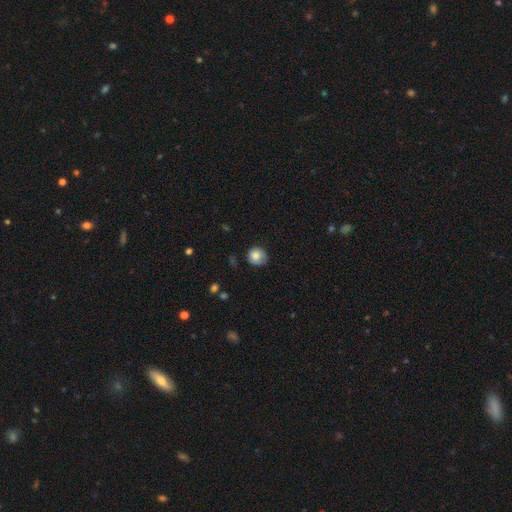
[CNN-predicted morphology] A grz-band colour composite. It shows a smooth galaxy with no disk features (77%) that is round (83%). Merging: none (64%).